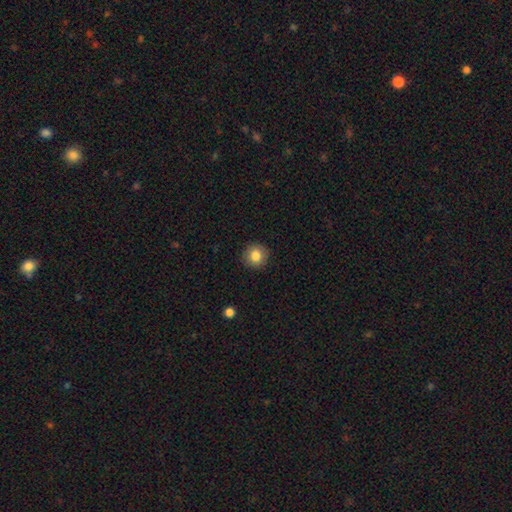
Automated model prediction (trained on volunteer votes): Smooth or featured?
  - smooth: 84% *
  - star or artifact: 9%
  - featured or disk: 7%
How rounded?
  - round: 93% *
  - in between: 6%
  - cigar-shaped: 1%
Merging?
  - none: 91% *
  - minor disturbance: 6%
  - major disturbance: 2%
  - merger: 1%